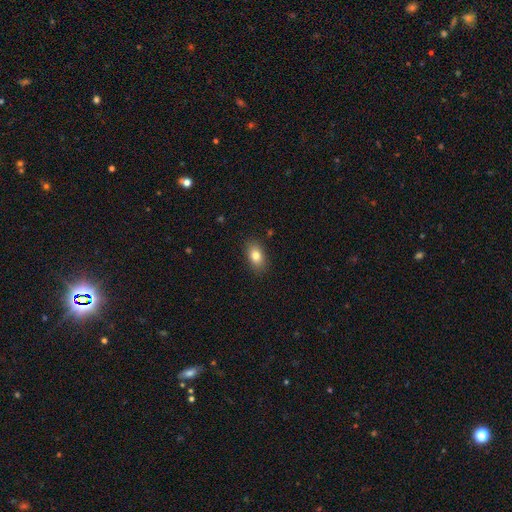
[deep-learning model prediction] Smooth or featured: smooth — 81% (featured or disk — 10%)
How rounded: in between — 87% (round — 11%)
Merging: none — 87% (minor disturbance — 9%)